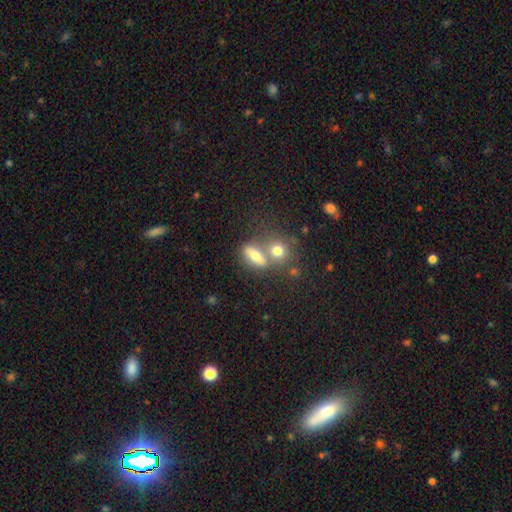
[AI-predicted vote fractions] Smooth or featured? Predicted: smooth (p=0.66). How rounded? Predicted: in between (p=0.62). Merging? Predicted: none (p=0.48).